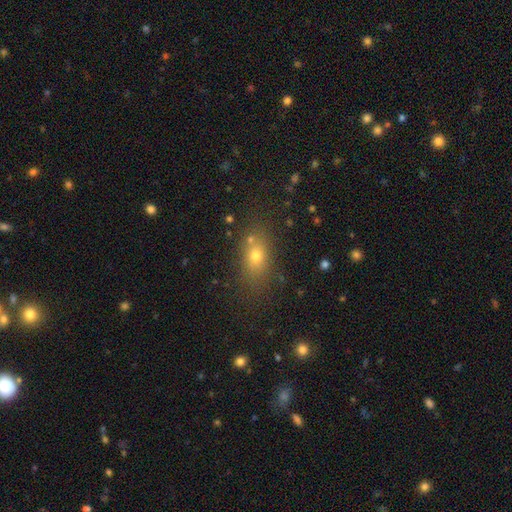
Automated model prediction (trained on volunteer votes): Smooth or featured? smooth (69%)
How rounded? in between (68%)
Merging? none (74%)